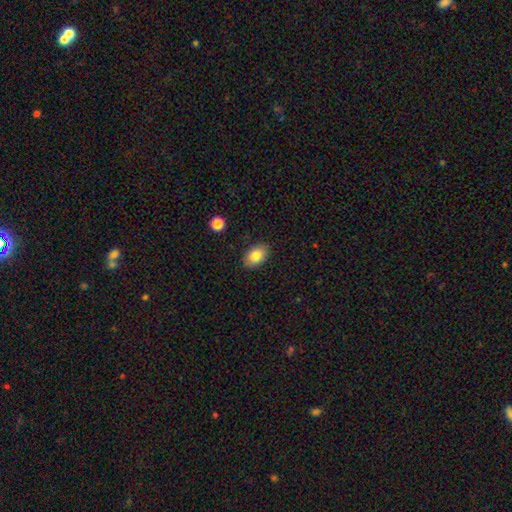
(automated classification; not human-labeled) smooth_or_featured: smooth (p=0.83) [alt: featured or disk p=0.09]
how_rounded: in between (p=0.89) [alt: round p=0.10]
merging: none (p=0.87) [alt: minor disturbance p=0.10]